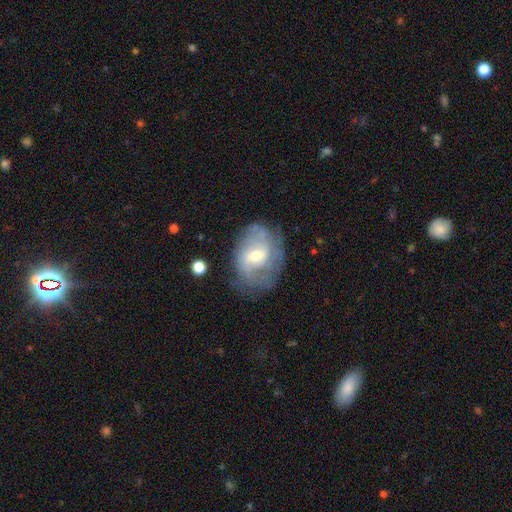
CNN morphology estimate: This appears to be a featured or disk galaxy (67%) with a weak bar (49%), spiral arms (76%) and a moderate central bulge (57%). Merging: none (59%).